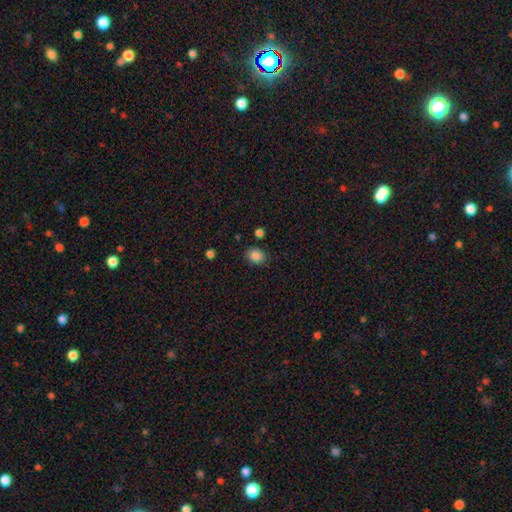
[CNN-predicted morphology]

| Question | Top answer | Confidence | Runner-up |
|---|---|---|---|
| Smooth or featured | smooth | 86% | star or artifact (10%) |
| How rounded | in between | 53% | round (46%) |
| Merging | none | 84% | minor disturbance (11%) |